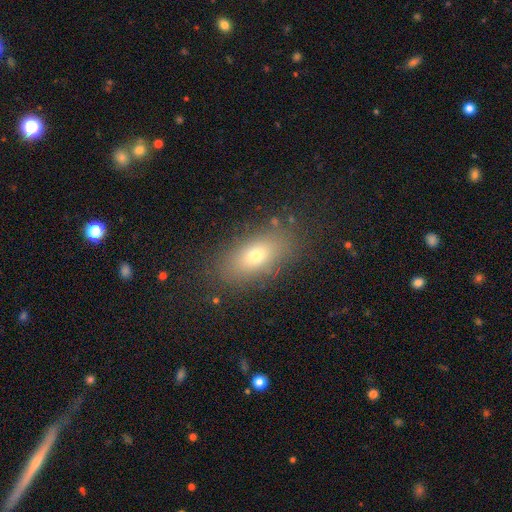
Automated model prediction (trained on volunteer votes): Smooth or featured? Predicted: smooth (p=0.70). How rounded? Predicted: in between (p=0.83). Merging? Predicted: none (p=0.84).